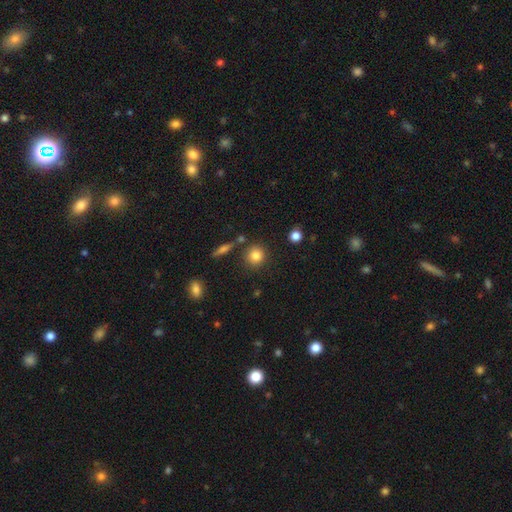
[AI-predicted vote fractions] Smooth or featured?
  - smooth: 83% *
  - star or artifact: 10%
  - featured or disk: 7%
How rounded?
  - round: 88% *
  - in between: 10%
  - cigar-shaped: 1%
Merging?
  - none: 82% *
  - minor disturbance: 9%
  - merger: 6%
  - major disturbance: 3%